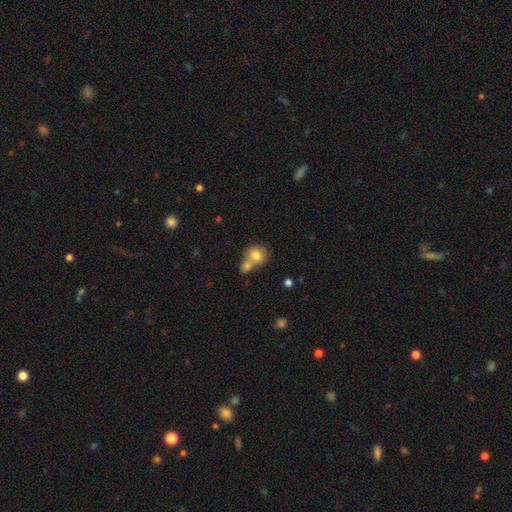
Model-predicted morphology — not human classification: Q: Smooth or featured?
A: smooth (78%); runner-up: featured or disk (13%)
Q: How rounded?
A: round (67%); runner-up: in between (32%)
Q: Merging?
A: merger (58%); runner-up: none (31%)